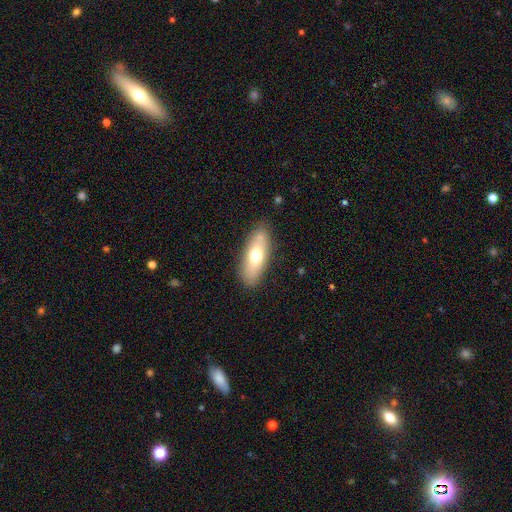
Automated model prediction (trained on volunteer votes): Q: Smooth or featured?
A: smooth (66%); runner-up: featured or disk (28%)
Q: How rounded?
A: in between (69%); runner-up: cigar-shaped (28%)
Q: Merging?
A: none (82%); runner-up: minor disturbance (12%)